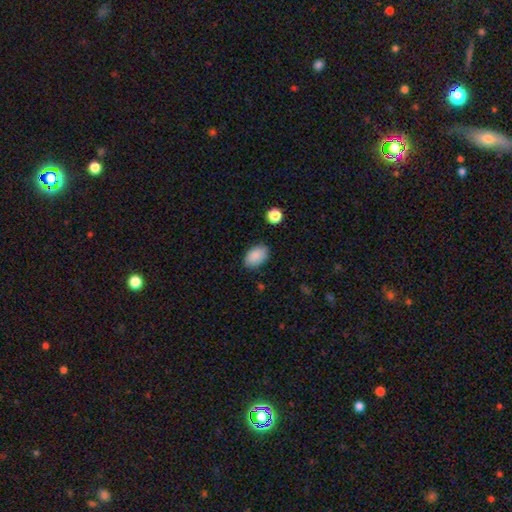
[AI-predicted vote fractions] This appears to be a smooth galaxy with no disk features (89%) that is in between round and cigar-shaped (91%). Merging: none (84%).